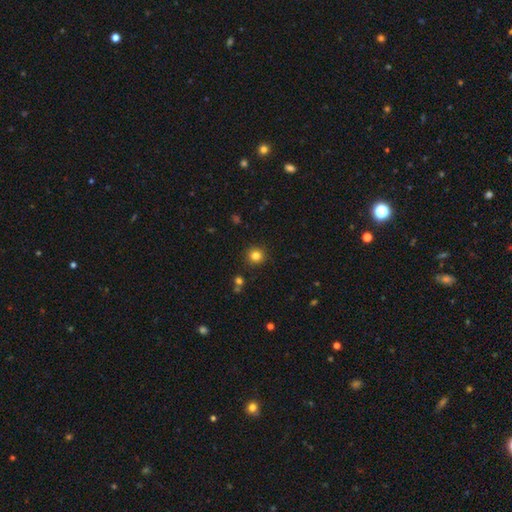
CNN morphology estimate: smooth_or_featured: smooth (p=0.81) [alt: star or artifact p=0.13]
how_rounded: round (p=0.94) [alt: in between p=0.06]
merging: none (p=0.91) [alt: minor disturbance p=0.06]